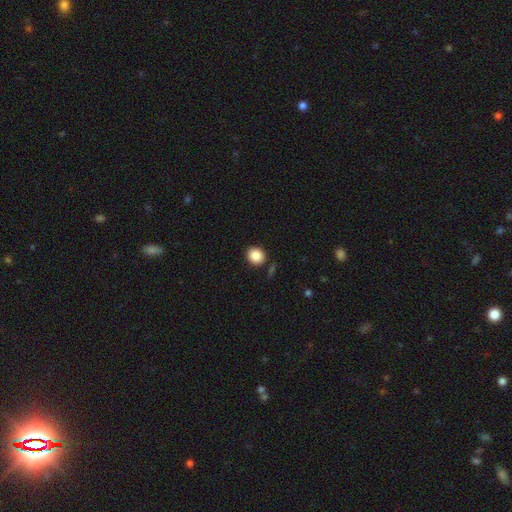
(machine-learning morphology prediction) Smooth or featured? Predicted: smooth (p=0.87). How rounded? Predicted: round (p=0.81). Merging? Predicted: none (p=0.87).